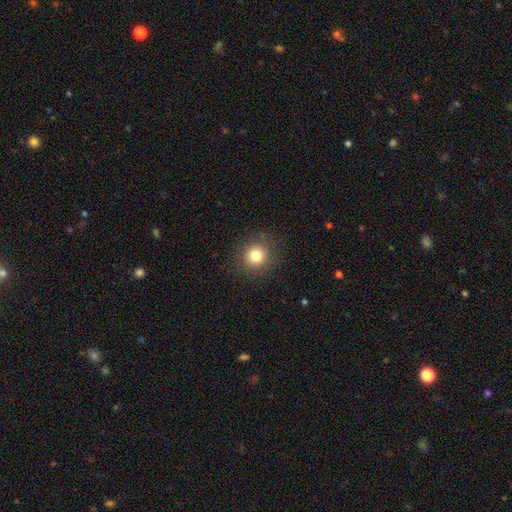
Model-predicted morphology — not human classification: type=smooth (81%); roundness=round (91%); merging=none (89%).